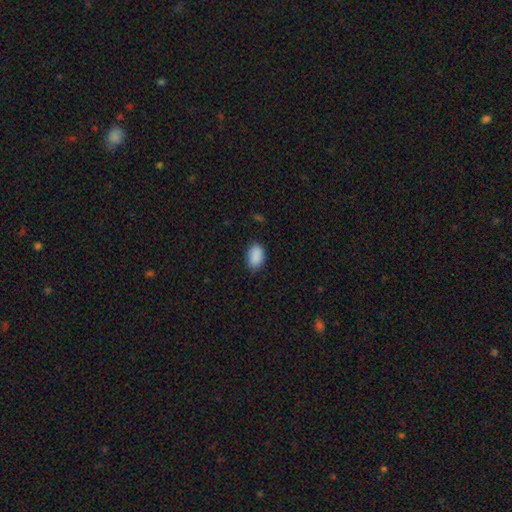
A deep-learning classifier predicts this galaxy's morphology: Smooth or featured: smooth — 89% (star or artifact — 8%)
How rounded: in between — 89% (round — 10%)
Merging: none — 79% (minor disturbance — 17%)